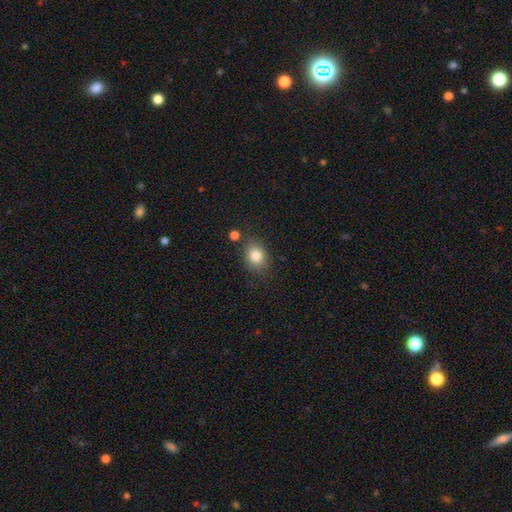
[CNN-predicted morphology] Overall: smooth (83%). How rounded: round (55%; in between 44%). Merging: none (77%).